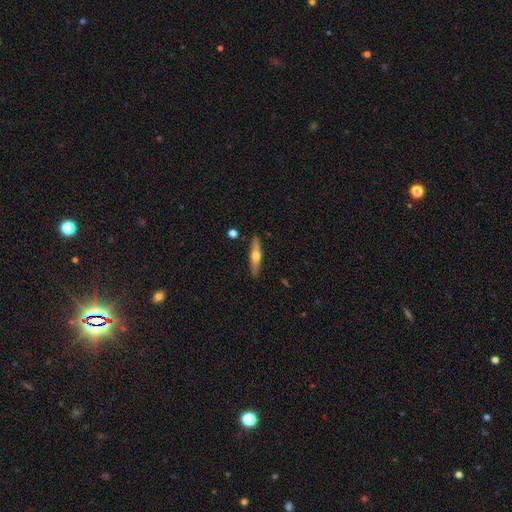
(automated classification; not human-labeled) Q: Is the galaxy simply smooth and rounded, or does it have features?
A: featured or disk — 57%.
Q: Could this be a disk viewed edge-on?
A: yes — 94%.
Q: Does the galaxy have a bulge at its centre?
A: rounded — 93%.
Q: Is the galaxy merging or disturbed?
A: none — 89%.